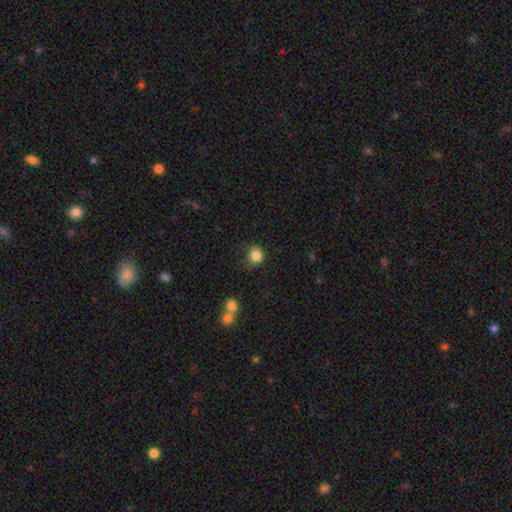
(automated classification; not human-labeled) smooth 84%, star or artifact 11%, featured or disk 5%. Down the decision tree: how rounded — round (84%); merging — none (68%).